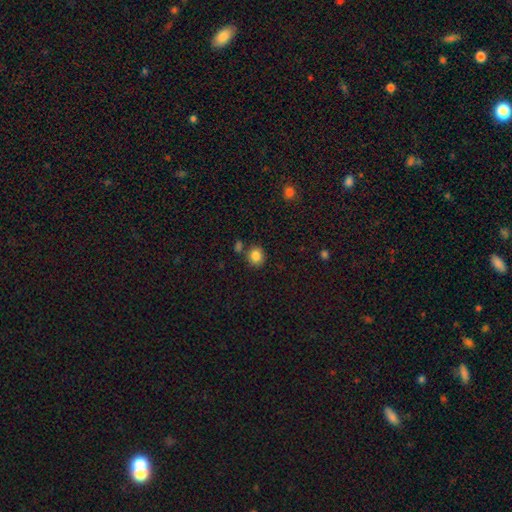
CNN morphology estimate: A smooth galaxy with no disk features (85%) that is round (72%). Merging: none (76%).